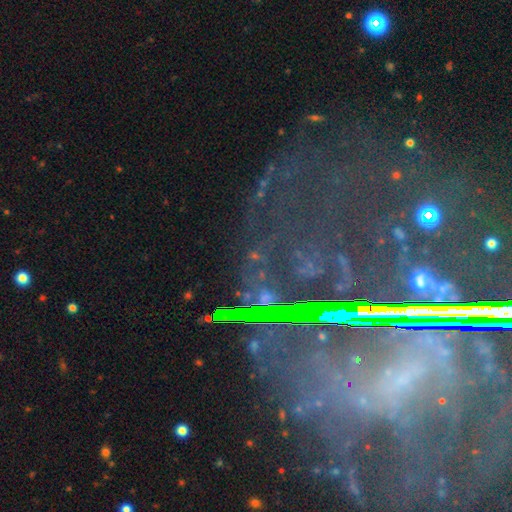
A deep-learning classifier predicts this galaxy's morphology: smooth-or-featured: star or artifact: 78% | featured or disk: 13% | smooth: 9%